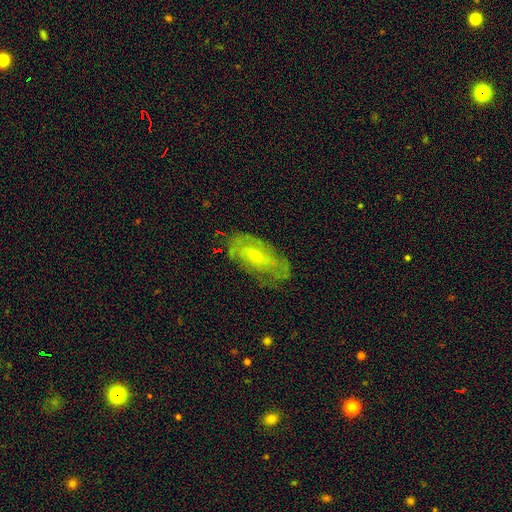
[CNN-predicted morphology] A featured or disk galaxy (69%) with no bar (60%), spiral arms (78%) and a small central bulge (66%). Merging: none (67%).